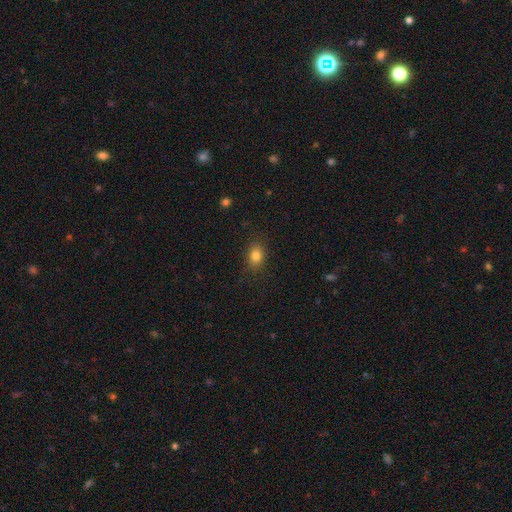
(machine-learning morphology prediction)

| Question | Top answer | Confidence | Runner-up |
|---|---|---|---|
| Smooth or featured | smooth | 82% | star or artifact (11%) |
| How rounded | in between | 63% | round (35%) |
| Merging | none | 86% | minor disturbance (10%) |